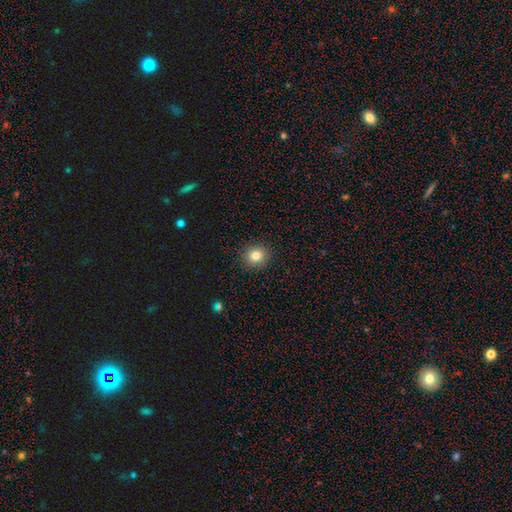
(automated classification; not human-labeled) This appears to be a smooth galaxy with no disk features (82%) that is round (86%). Merging: none (91%).